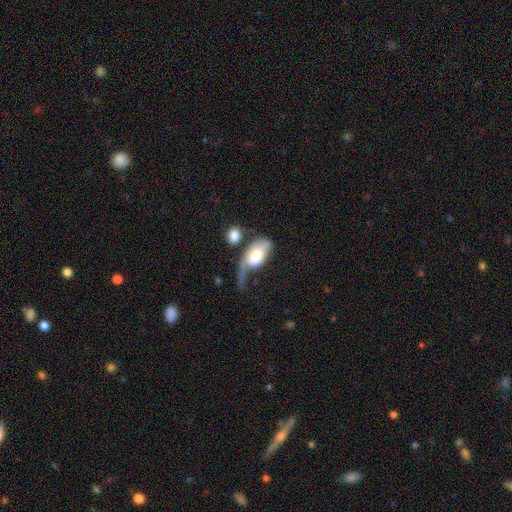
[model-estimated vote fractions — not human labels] Smooth or featured?
  - smooth: 58% *
  - featured or disk: 35%
  - star or artifact: 6%
How rounded?
  - in between: 91% *
  - round: 6%
  - cigar-shaped: 3%
Merging?
  - major disturbance: 47% *
  - merger: 18%
  - none: 18%
  - minor disturbance: 17%